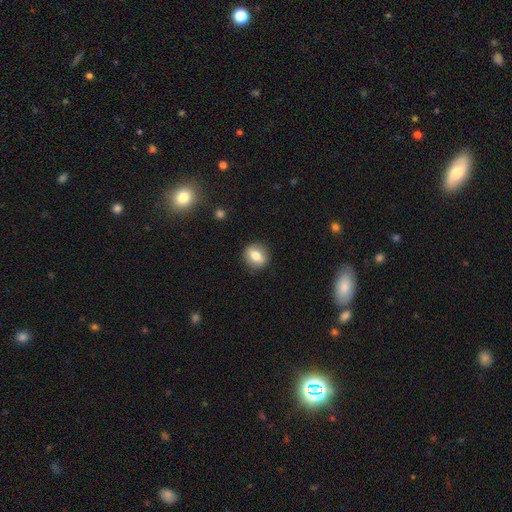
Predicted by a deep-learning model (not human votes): Q: Smooth or featured?
A: smooth (69%); runner-up: featured or disk (23%)
Q: How rounded?
A: round (57%); runner-up: in between (40%)
Q: Merging?
A: none (88%); runner-up: minor disturbance (9%)